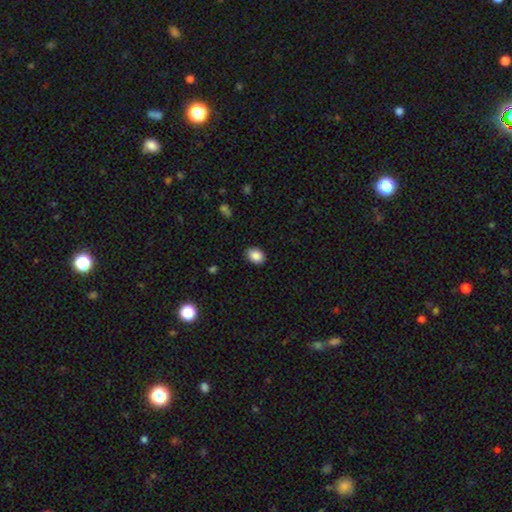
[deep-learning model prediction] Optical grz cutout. It shows a smooth galaxy with no disk features (88%) that is in between round and cigar-shaped (69%). Merging: none (86%).